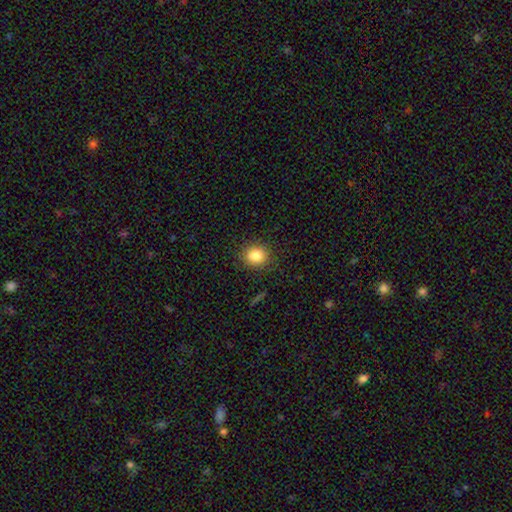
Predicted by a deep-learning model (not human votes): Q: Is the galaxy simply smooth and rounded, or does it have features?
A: smooth — 84%.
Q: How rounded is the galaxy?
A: round — 74%.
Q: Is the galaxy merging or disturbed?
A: none — 88%.